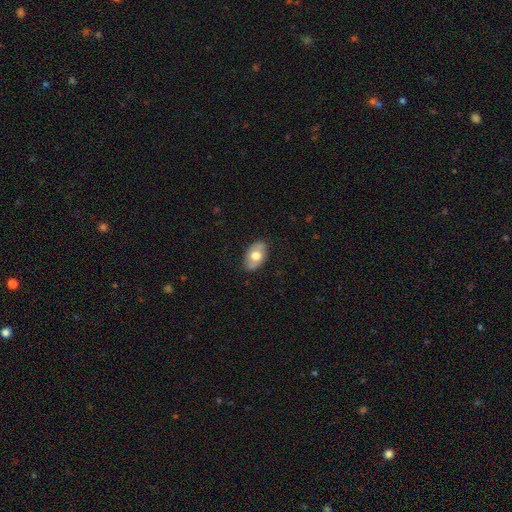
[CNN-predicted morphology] smooth_or_featured: smooth (p=0.59) [alt: featured or disk p=0.35]
how_rounded: in between (p=0.90) [alt: round p=0.08]
merging: none (p=0.82) [alt: minor disturbance p=0.14]